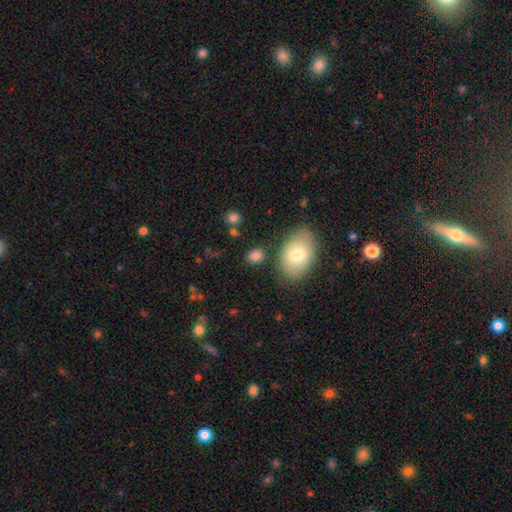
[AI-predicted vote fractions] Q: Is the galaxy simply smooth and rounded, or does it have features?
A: smooth — 83%.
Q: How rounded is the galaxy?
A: in between — 56%.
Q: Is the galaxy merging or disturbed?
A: none — 76%.